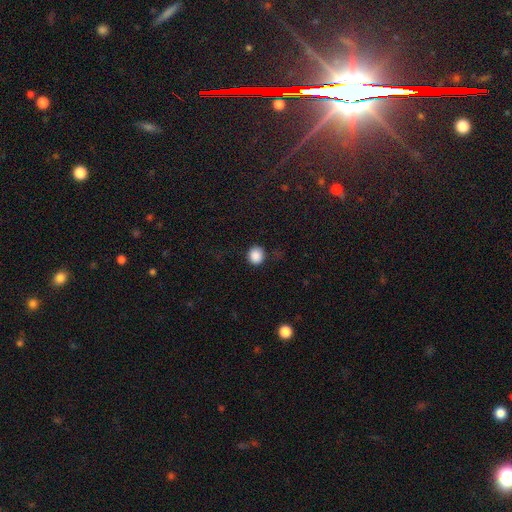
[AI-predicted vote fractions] A smooth galaxy with no disk features (87%) that is round (85%). Merging: none (86%).